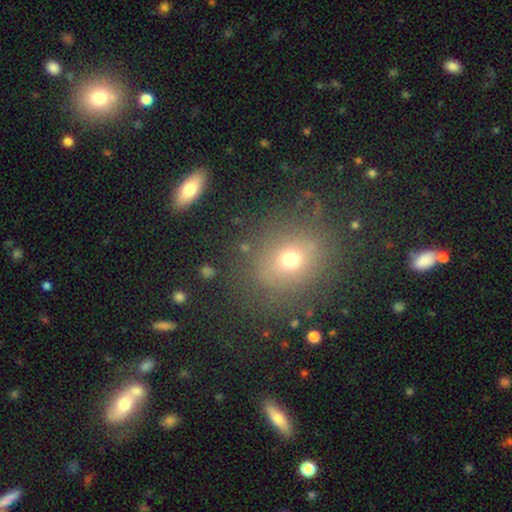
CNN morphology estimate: Q: Smooth or featured?
A: smooth (57%); runner-up: star or artifact (29%)
Q: How rounded?
A: round (64%); runner-up: in between (34%)
Q: Merging?
A: none (84%); runner-up: minor disturbance (10%)